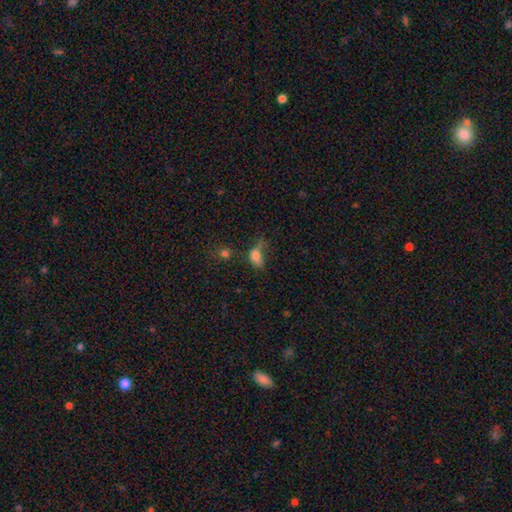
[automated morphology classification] A smooth galaxy with no disk features (76%) that is in between round and cigar-shaped (83%). Merging: major disturbance (31%).